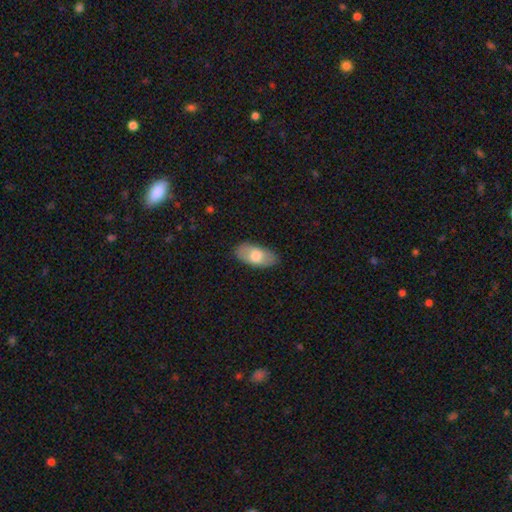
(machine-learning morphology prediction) type=smooth (70%); roundness=in between (93%); merging=none (84%).